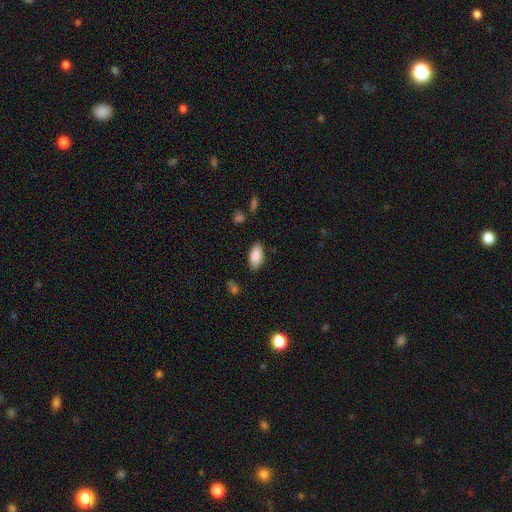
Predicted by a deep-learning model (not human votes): Smooth or featured?
  - smooth: 89% *
  - star or artifact: 7%
  - featured or disk: 5%
How rounded?
  - in between: 92% *
  - cigar-shaped: 6%
  - round: 2%
Merging?
  - none: 85% *
  - minor disturbance: 11%
  - major disturbance: 2%
  - merger: 1%